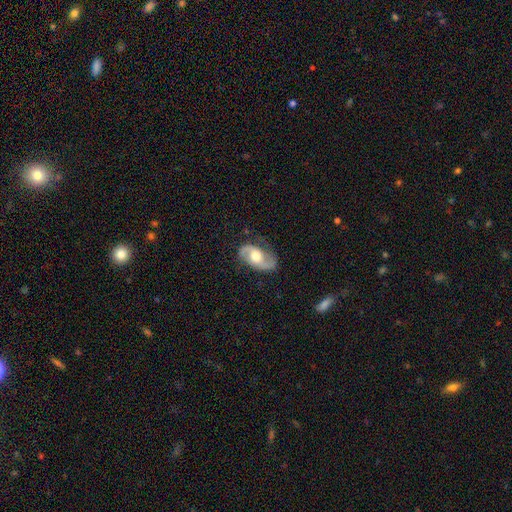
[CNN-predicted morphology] Q: Smooth or featured?
A: featured or disk (82%); runner-up: smooth (13%)
Q: Edge-on disk?
A: no (96%); runner-up: yes (4%)
Q: Bar?
A: no (57%); runner-up: weak (34%)
Q: Spiral arms?
A: yes (94%); runner-up: no (6%)
Q: Spiral winding?
A: medium (45%); runner-up: loose (42%)
Q: Spiral arm count?
A: 2 (92%); runner-up: can't tell (3%)
Q: Bulge size?
A: moderate (61%); runner-up: large (28%)
Q: Merging?
A: none (76%); runner-up: minor disturbance (16%)